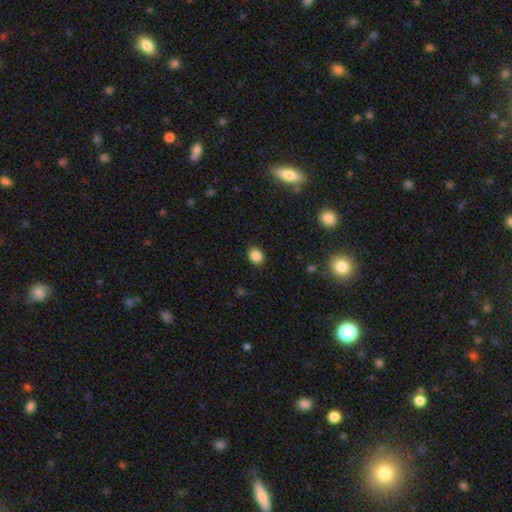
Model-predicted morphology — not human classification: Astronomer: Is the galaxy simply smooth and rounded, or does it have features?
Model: smooth — 86%.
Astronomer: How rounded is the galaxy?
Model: round — 55% (runner-up: in between, 44%).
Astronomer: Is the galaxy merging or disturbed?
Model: none — 89%.